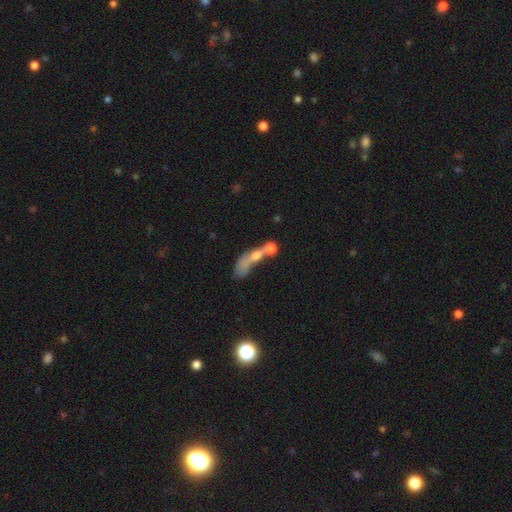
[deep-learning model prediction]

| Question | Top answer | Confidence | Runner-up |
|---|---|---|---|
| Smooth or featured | smooth | 55% | featured or disk (31%) |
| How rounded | in between | 44% | cigar-shaped (33%) |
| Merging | merger | 56% | major disturbance (21%) |